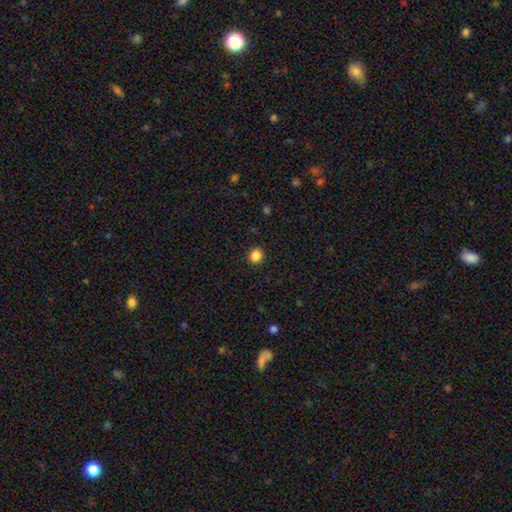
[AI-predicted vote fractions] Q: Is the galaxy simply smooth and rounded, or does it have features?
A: smooth — 86%.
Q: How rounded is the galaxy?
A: round — 83%.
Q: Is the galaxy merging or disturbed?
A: none — 91%.